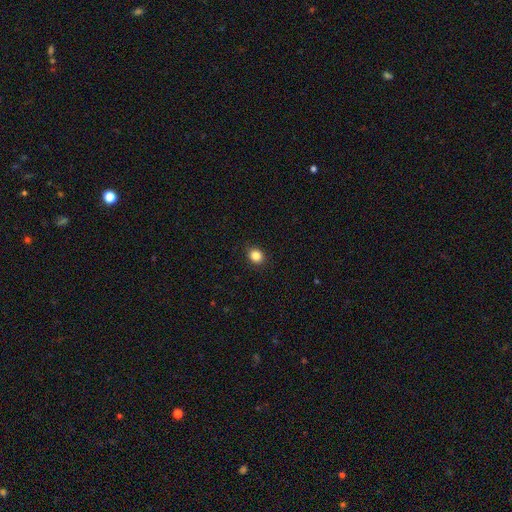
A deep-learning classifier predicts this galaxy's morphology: A smooth galaxy with no disk features (85%) that is round (69%).

Vote fractions:
- Smooth or featured? smooth: 85% / star or artifact: 11% / featured or disk: 5%
- How rounded? round: 69% / in between: 30% / cigar-shaped: 1%
- Merging? none: 91% / minor disturbance: 6% / major disturbance: 2% / merger: 1%